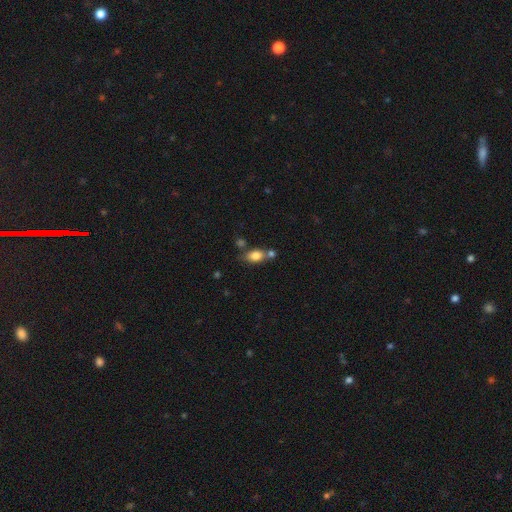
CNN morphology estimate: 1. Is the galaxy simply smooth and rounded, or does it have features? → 81% smooth, 10% featured or disk, 9% star or artifact.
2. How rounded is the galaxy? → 79% in between, 18% round, 3% cigar-shaped.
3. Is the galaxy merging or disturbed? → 54% none, 27% merger, 14% minor disturbance, 5% major disturbance.